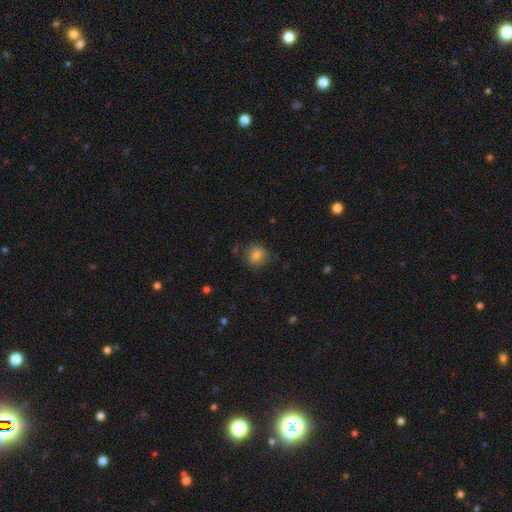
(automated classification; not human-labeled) Smooth or featured? Predicted: smooth (p=0.80). How rounded? Predicted: round (p=0.83). Merging? Predicted: none (p=0.78).